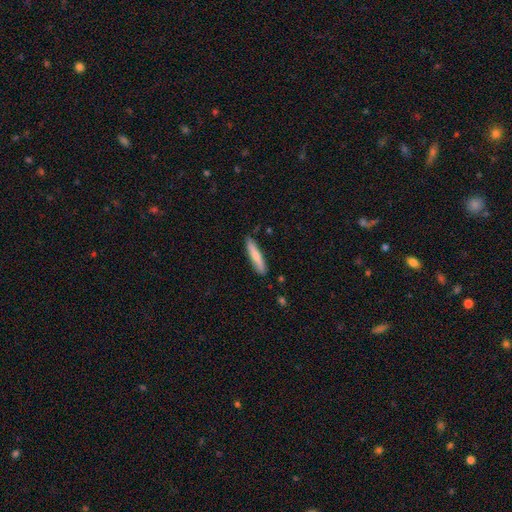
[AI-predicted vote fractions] A smooth galaxy with no disk features (70%) that is cigar-shaped (89%).

Vote fractions:
- Smooth or featured? smooth: 70% / featured or disk: 25% / star or artifact: 5%
- How rounded? cigar-shaped: 89% / in between: 10% / round: 1%
- Merging? none: 86% / minor disturbance: 11% / major disturbance: 2% / merger: 2%